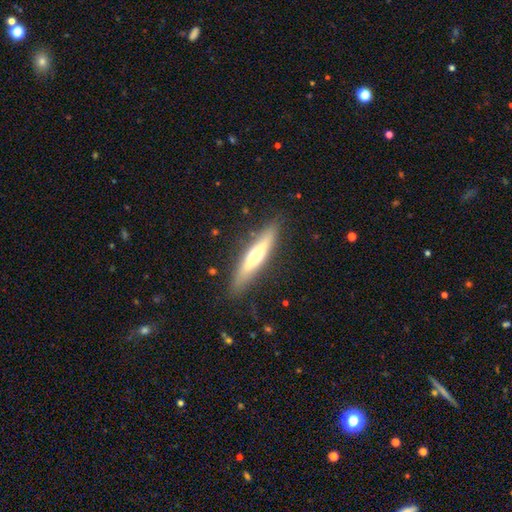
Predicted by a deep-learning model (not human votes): Overall: featured or disk (50%; smooth 44%). Edge-on disk: yes (84%). Merging: none (86%).